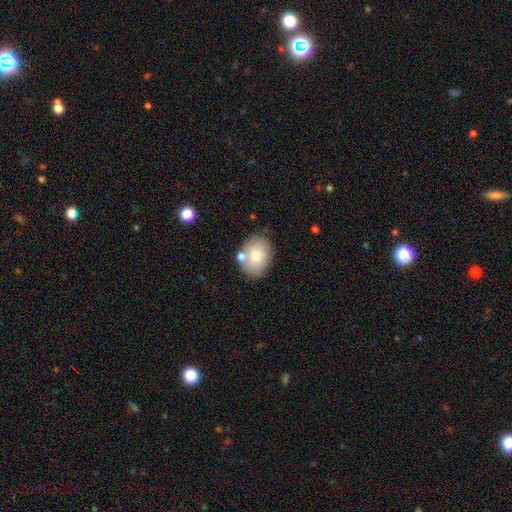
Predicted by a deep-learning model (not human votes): Overall: smooth (76%). How rounded: in between (69%; round 30%). Merging: none (71%).